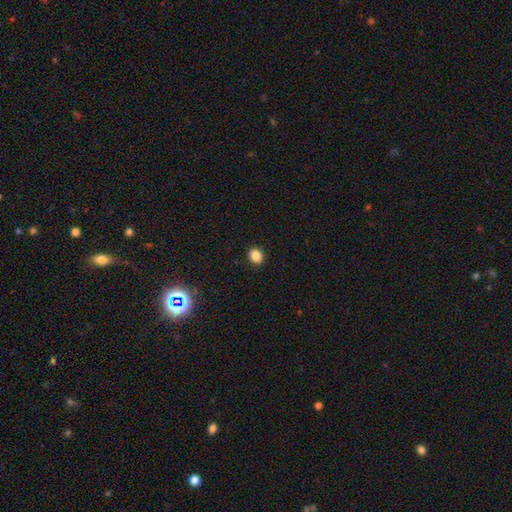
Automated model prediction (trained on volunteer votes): This is clearly a smooth galaxy (87%). How rounded: possibly in between (50%). Merging: clearly none (91%).